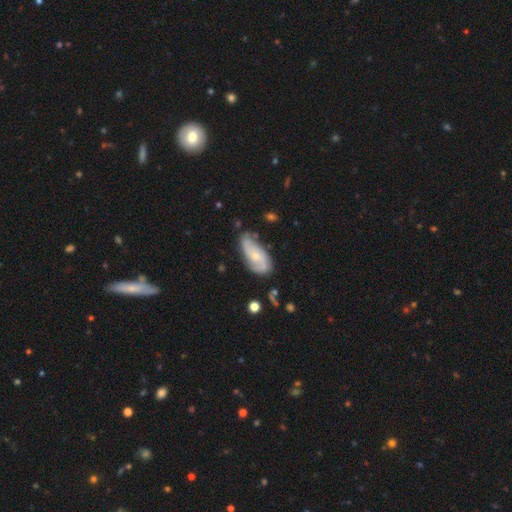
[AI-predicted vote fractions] smooth_or_featured: featured or disk (p=0.71) [alt: smooth p=0.23]
disk_edge_on: no (p=0.93) [alt: yes p=0.07]
bar: no (p=0.69) [alt: weak p=0.26]
has_spiral_arms: yes (p=0.91) [alt: no p=0.09]
spiral_winding: medium (p=0.42) [alt: tight p=0.34]
spiral_arm_count: 2 (p=0.65) [alt: can't tell p=0.18]
bulge_size: small (p=0.64) [alt: moderate p=0.32]
merging: none (p=0.64) [alt: minor disturbance p=0.25]